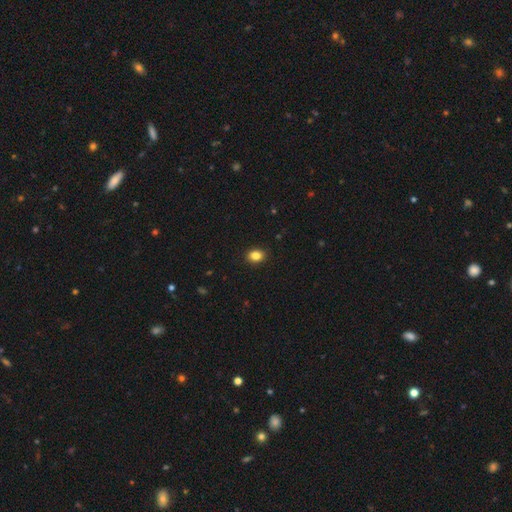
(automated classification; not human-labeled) Q: Smooth or featured?
A: smooth (85%); runner-up: star or artifact (10%)
Q: How rounded?
A: in between (62%); runner-up: round (37%)
Q: Merging?
A: none (90%); runner-up: minor disturbance (7%)